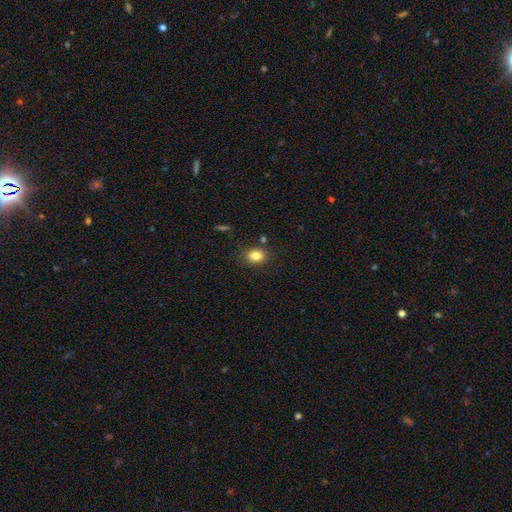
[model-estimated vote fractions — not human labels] This appears to be a smooth galaxy with no disk features (83%) that is round (52%). Merging: none (83%).